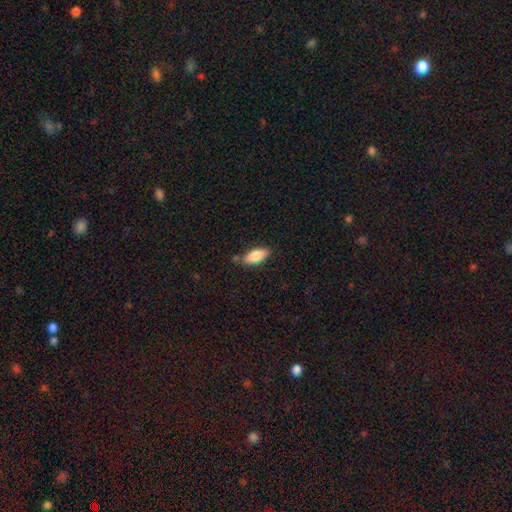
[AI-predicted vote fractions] The model was most divided on "merging": none: 72%, minor disturbance: 18%, merger: 7%, major disturbance: 3%. More confident: how rounded — in between (85%); smooth or featured — smooth (83%).